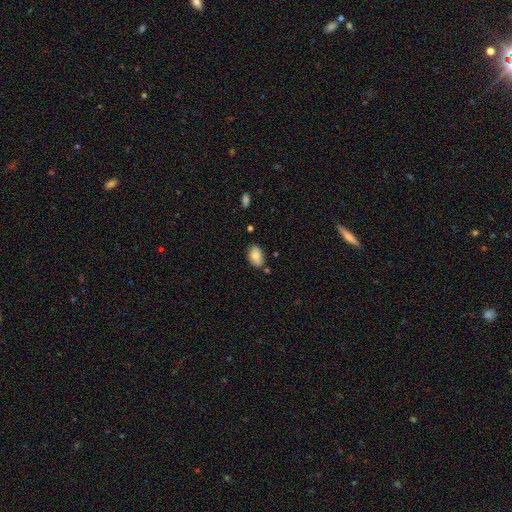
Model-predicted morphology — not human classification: smooth-or-featured: smooth: 84% | featured or disk: 8% | star or artifact: 7%
  how-rounded: in between: 90% | round: 9% | cigar-shaped: 1%
  merging: none: 76% | minor disturbance: 16% | merger: 5% | major disturbance: 3%